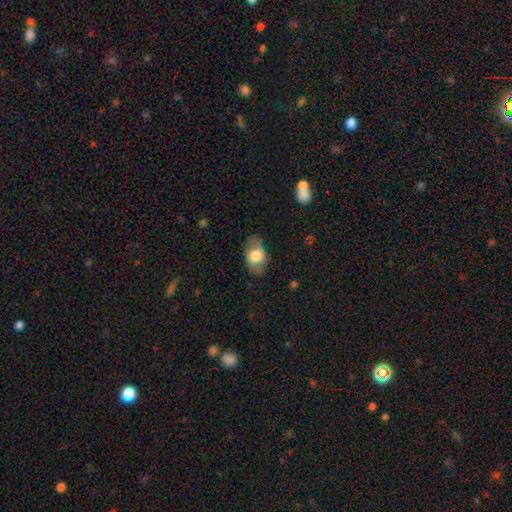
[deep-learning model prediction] smooth-or-featured: smooth: 59% | featured or disk: 34% | star or artifact: 7%
  how-rounded: in between: 86% | round: 11% | cigar-shaped: 2%
  merging: none: 72% | minor disturbance: 19% | major disturbance: 7% | merger: 1%